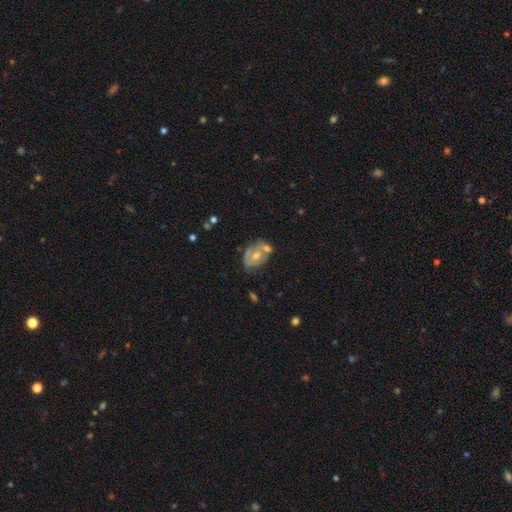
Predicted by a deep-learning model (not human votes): Smooth or featured? Predicted: featured or disk (p=0.63). Edge-on disk? Predicted: no (p=0.95). Bar? Predicted: no (p=0.70). Spiral arms? Predicted: no (p=0.60). Bulge size? Predicted: moderate (p=0.71). Merging? Predicted: none (p=0.47).